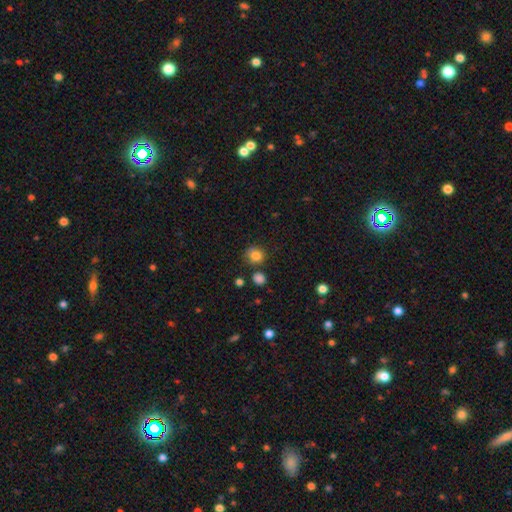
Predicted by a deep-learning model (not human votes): Smooth or featured: smooth — 83% (star or artifact — 11%)
How rounded: round — 82% (in between — 18%)
Merging: none — 74% (minor disturbance — 15%)